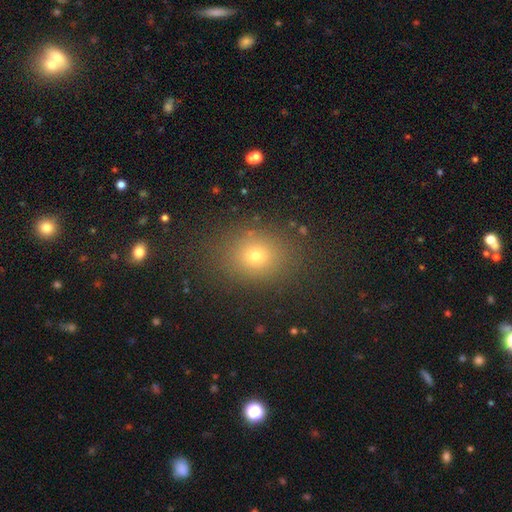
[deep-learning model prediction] A smooth galaxy with no disk features (71%) that is round (53%).

Vote fractions:
- Smooth or featured? smooth: 71% / star or artifact: 19% / featured or disk: 10%
- How rounded? round: 53% / in between: 46% / cigar-shaped: 1%
- Merging? none: 84% / minor disturbance: 10% / major disturbance: 5% / merger: 2%